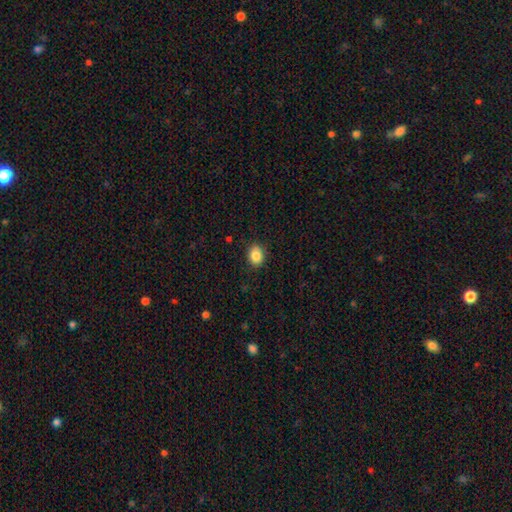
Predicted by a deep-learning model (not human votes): A smooth galaxy with no disk features (86%) that is round (52%). Merging: none (86%).